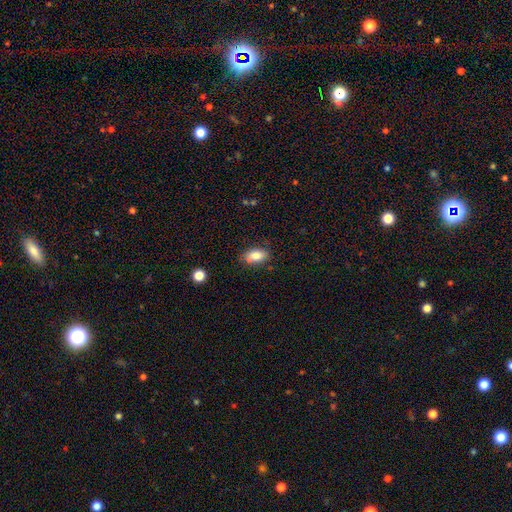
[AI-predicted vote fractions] The model was most divided on "merging": none: 79%, minor disturbance: 16%, major disturbance: 3%, merger: 2%. More confident: how rounded — in between (90%); smooth or featured — smooth (83%).